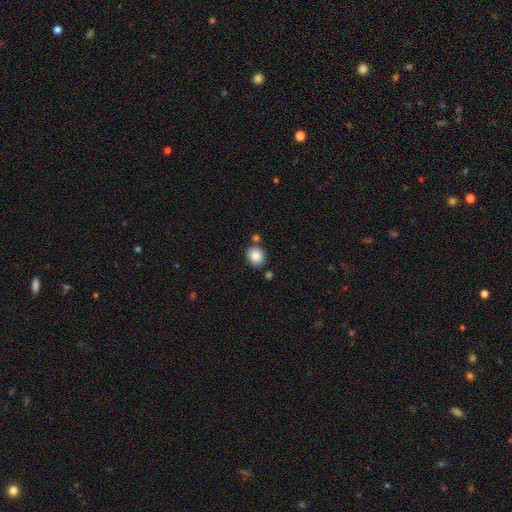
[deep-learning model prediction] This appears to be a smooth galaxy with no disk features (86%) that is round (67%). Merging: none (77%).